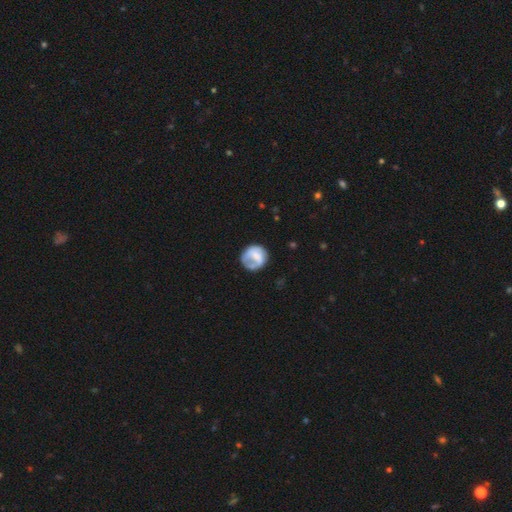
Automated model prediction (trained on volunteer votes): A smooth galaxy with no disk features (60%) that is round (85%). Merging: none (55%).